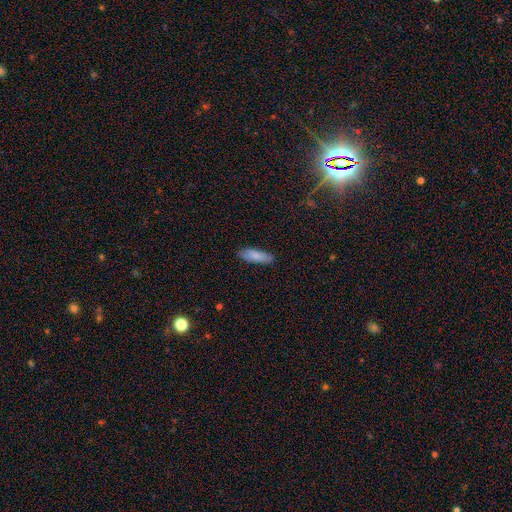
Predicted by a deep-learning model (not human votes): Smooth or featured? smooth (81%)
How rounded? in between (49%, tied with cigar-shaped)
Merging? none (85%)